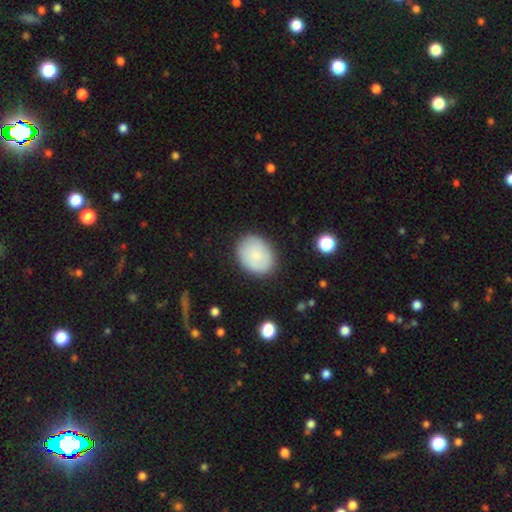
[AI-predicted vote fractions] Smooth or featured: smooth — 76% (featured or disk — 16%)
How rounded: in between — 58% (round — 41%)
Merging: none — 85% (minor disturbance — 11%)